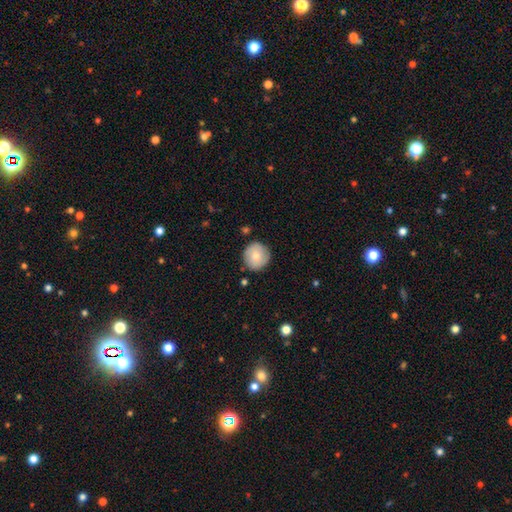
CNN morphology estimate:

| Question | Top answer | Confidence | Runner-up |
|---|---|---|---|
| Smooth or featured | smooth | 71% | featured or disk (21%) |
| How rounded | round | 94% | in between (5%) |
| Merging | none | 86% | minor disturbance (10%) |